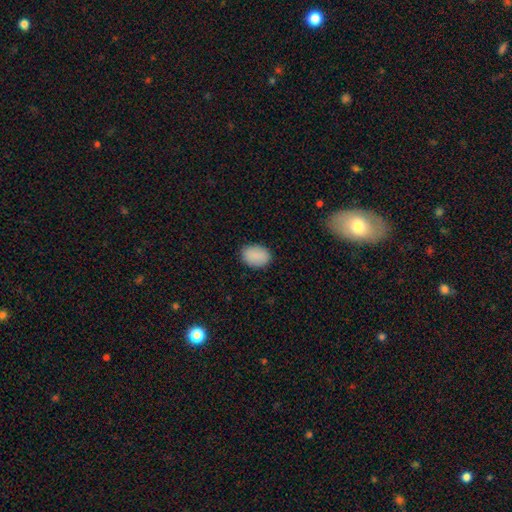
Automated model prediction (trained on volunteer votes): Smooth or featured? smooth (89%)
How rounded? in between (77%)
Merging? none (87%)